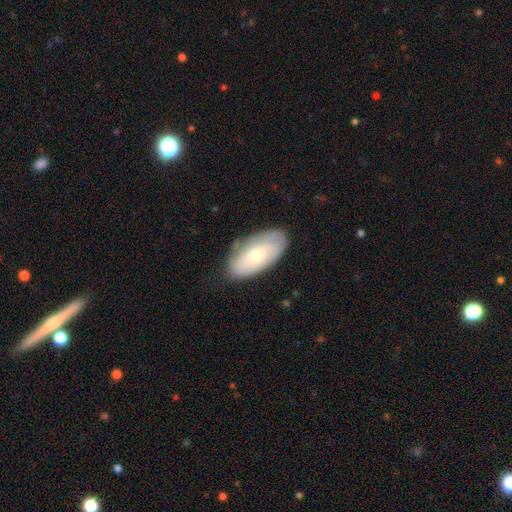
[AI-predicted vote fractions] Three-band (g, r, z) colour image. It shows a smooth galaxy with no disk features (64%) that is in between round and cigar-shaped (93%). Merging: none (77%).